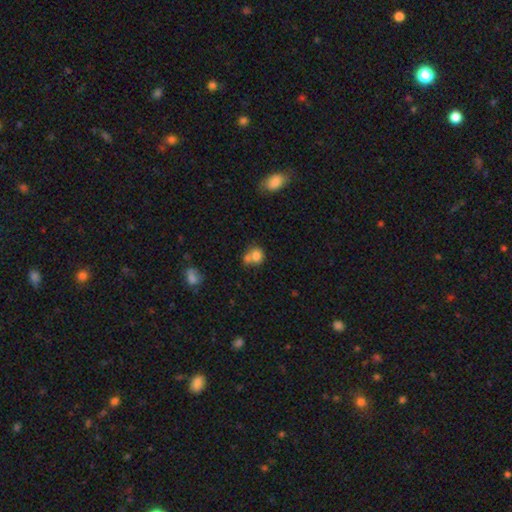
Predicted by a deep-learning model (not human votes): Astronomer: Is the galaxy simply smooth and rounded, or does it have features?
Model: smooth — 76%.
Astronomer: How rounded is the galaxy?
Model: round — 70%.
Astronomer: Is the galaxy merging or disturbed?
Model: merger — 49% (runner-up: none, 36%).